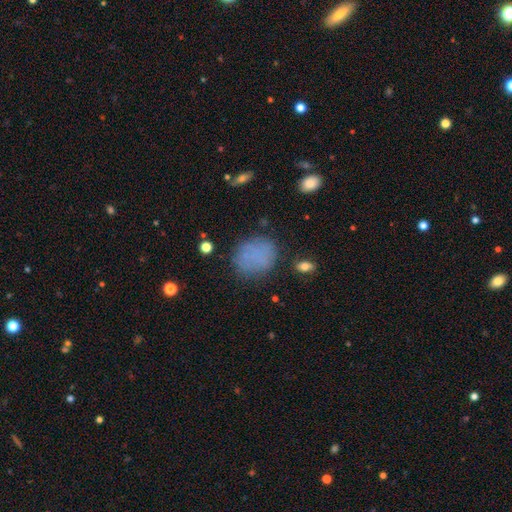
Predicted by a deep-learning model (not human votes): Smooth or featured: smooth — 74% (star or artifact — 14%)
How rounded: round — 69% (in between — 29%)
Merging: none — 71% (minor disturbance — 18%)